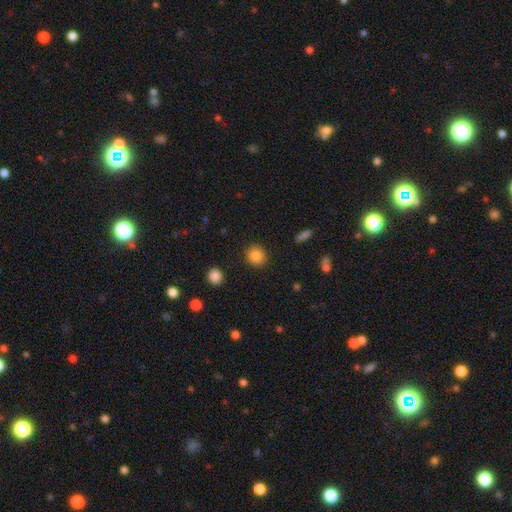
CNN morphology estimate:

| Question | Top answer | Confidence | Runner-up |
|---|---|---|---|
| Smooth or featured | smooth | 86% | star or artifact (10%) |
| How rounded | round | 79% | in between (20%) |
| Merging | none | 88% | minor disturbance (8%) |